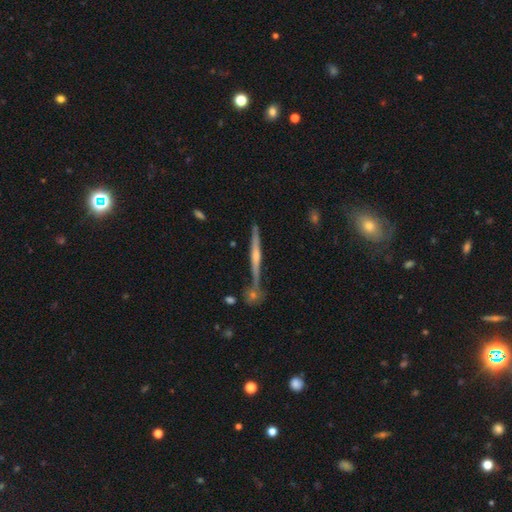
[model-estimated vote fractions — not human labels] Smooth or featured: featured or disk — 76% (smooth — 17%)
Edge-on disk: yes — 98% (no — 2%)
Edge-on bulge: rounded — 71% (none — 19%)
Merging: none — 82% (minor disturbance — 9%)